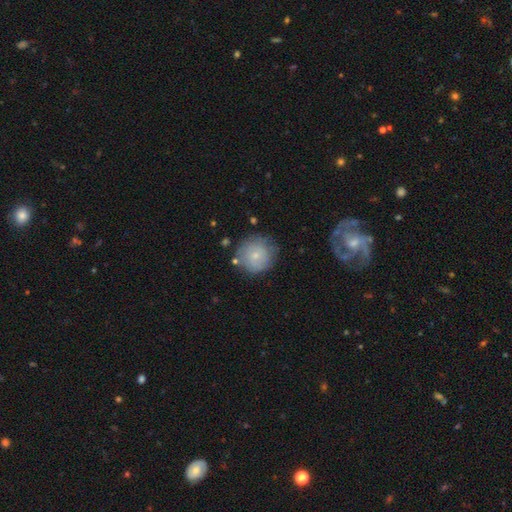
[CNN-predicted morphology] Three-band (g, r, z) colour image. It shows a smooth galaxy with no disk features (67%) that is round (91%). Merging: none (70%).